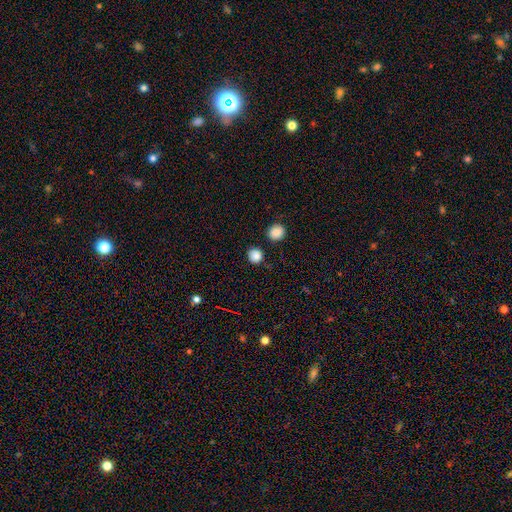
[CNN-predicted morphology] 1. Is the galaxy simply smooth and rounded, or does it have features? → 85% smooth, 11% star or artifact, 3% featured or disk.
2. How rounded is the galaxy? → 89% round, 10% in between, 1% cigar-shaped.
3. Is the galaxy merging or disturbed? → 87% none, 7% minor disturbance, 4% merger, 2% major disturbance.